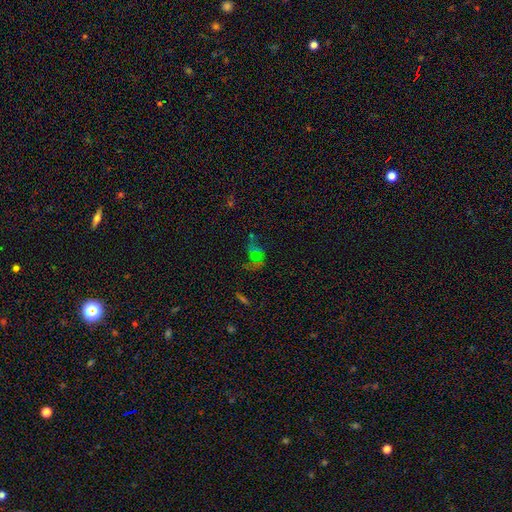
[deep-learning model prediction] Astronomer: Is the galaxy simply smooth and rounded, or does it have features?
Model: star or artifact — 38% (runner-up: smooth, 35%).